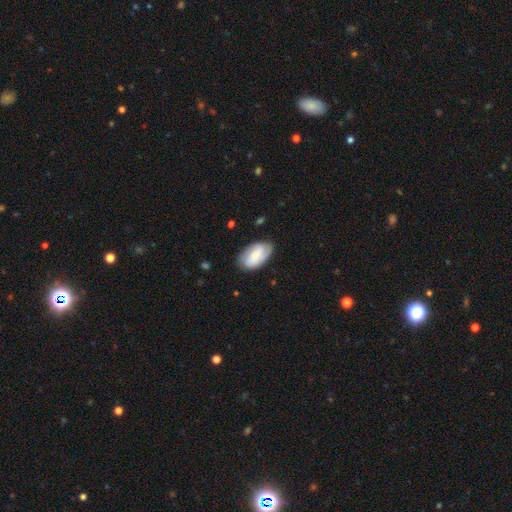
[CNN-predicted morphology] Q: Smooth or featured?
A: smooth (53%); runner-up: featured or disk (40%)
Q: How rounded?
A: in between (93%); runner-up: round (5%)
Q: Merging?
A: none (70%); runner-up: minor disturbance (22%)